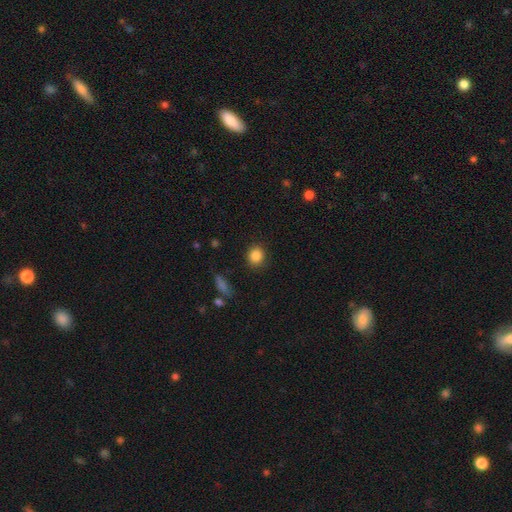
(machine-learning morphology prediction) smooth 86%, star or artifact 10%, featured or disk 4%. Down the decision tree: how rounded — round (80%); merging — none (88%).